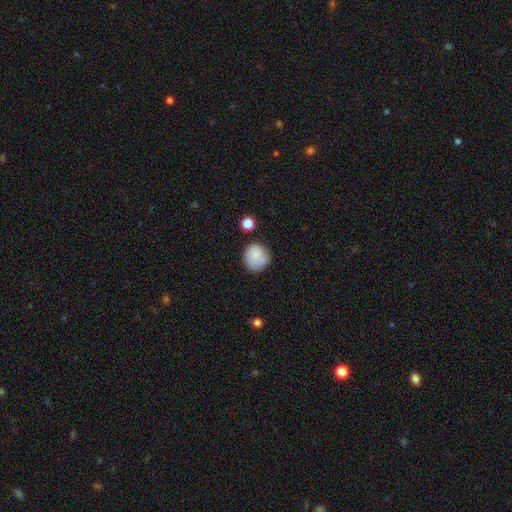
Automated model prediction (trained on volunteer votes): This is clearly a smooth galaxy (83%). How rounded: clearly round (89%). Merging: likely none (69%).